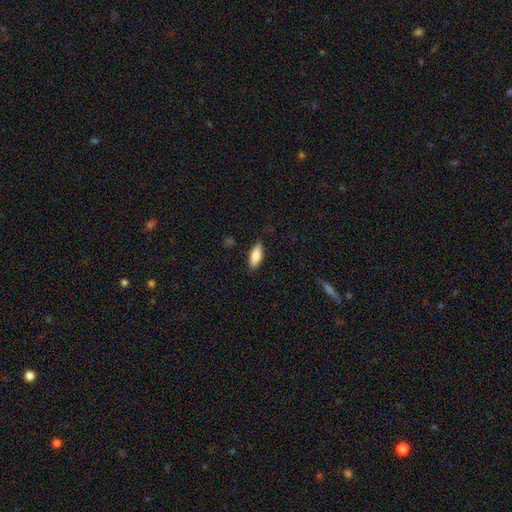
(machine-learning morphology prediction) Smooth or featured? Predicted: smooth (p=0.83). How rounded? Predicted: in between (p=0.76). Merging? Predicted: none (p=0.84).